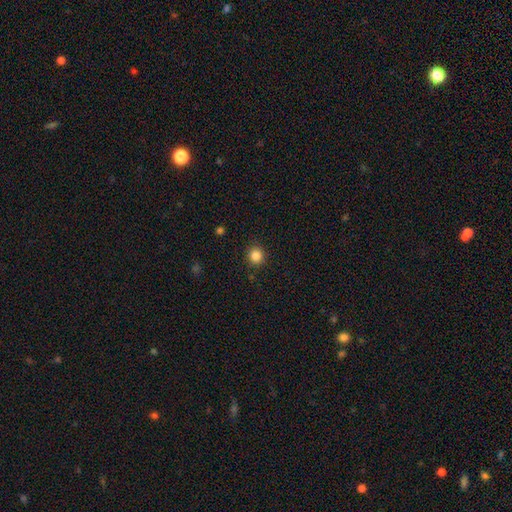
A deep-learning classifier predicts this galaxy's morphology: The model was most divided on "smooth or featured": smooth: 84%, star or artifact: 11%, featured or disk: 4%. More confident: merging — none (90%); how rounded — round (90%).